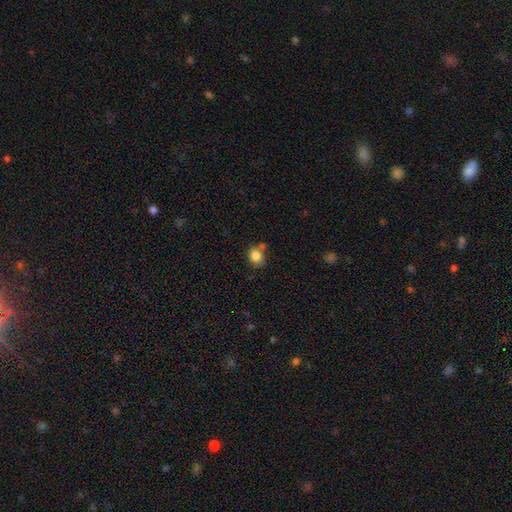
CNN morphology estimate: Smooth or featured? smooth (84%)
How rounded? round (52%)
Merging? none (60%)